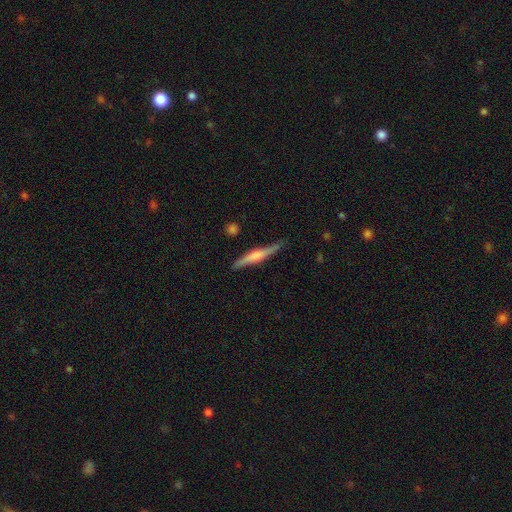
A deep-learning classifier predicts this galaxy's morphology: Smooth or featured? featured or disk (53%)
Edge-on disk? yes (95%)
Merging? none (80%)